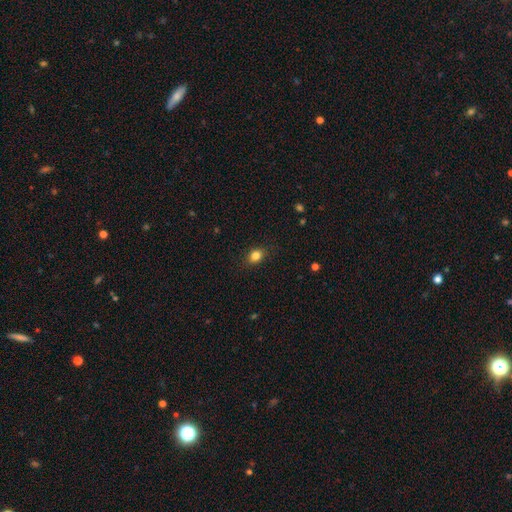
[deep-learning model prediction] Q: Smooth or featured?
A: smooth (83%); runner-up: star or artifact (11%)
Q: How rounded?
A: in between (59%); runner-up: round (39%)
Q: Merging?
A: none (86%); runner-up: minor disturbance (11%)